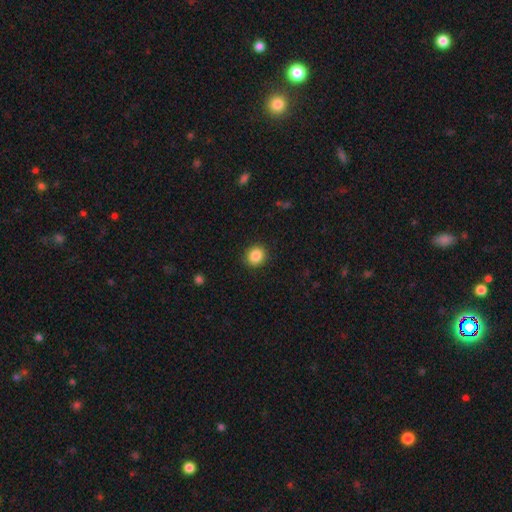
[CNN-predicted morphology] The model was most divided on "how rounded": round: 81%, in between: 18%, cigar-shaped: 1%. More confident: merging — none (91%); smooth or featured — smooth (86%).